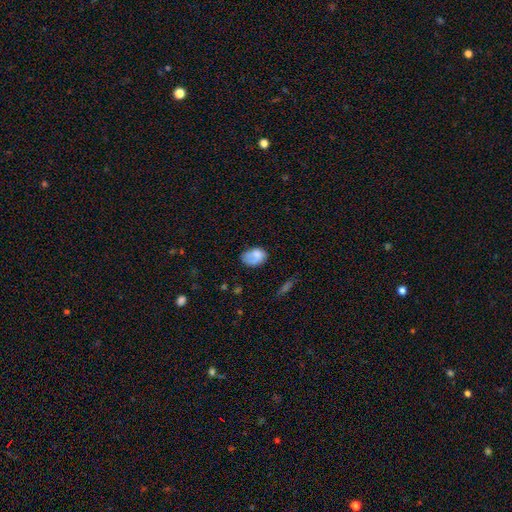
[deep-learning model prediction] Smooth or featured? smooth (71%)
How rounded? in between (82%)
Merging? none (44%)